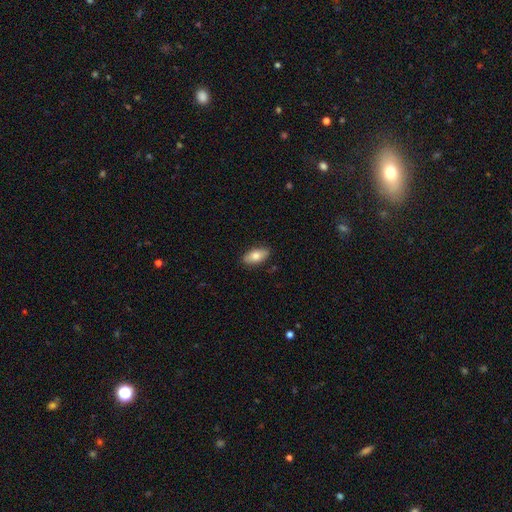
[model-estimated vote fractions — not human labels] Q: Smooth or featured?
A: smooth (77%); runner-up: featured or disk (16%)
Q: How rounded?
A: in between (87%); runner-up: cigar-shaped (10%)
Q: Merging?
A: none (87%); runner-up: minor disturbance (10%)